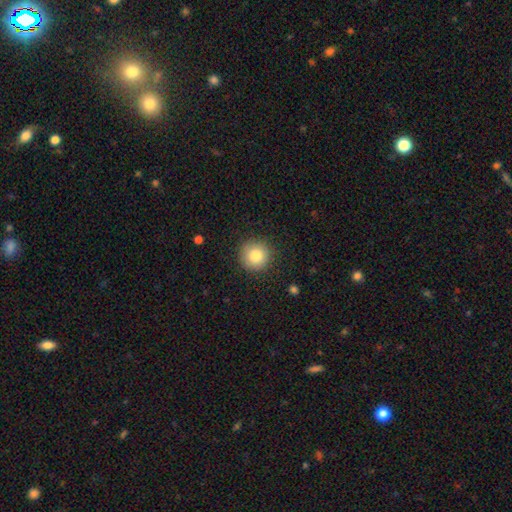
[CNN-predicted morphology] smooth 82%, star or artifact 10%, featured or disk 9%. Down the decision tree: how rounded — round (94%); merging — none (89%).